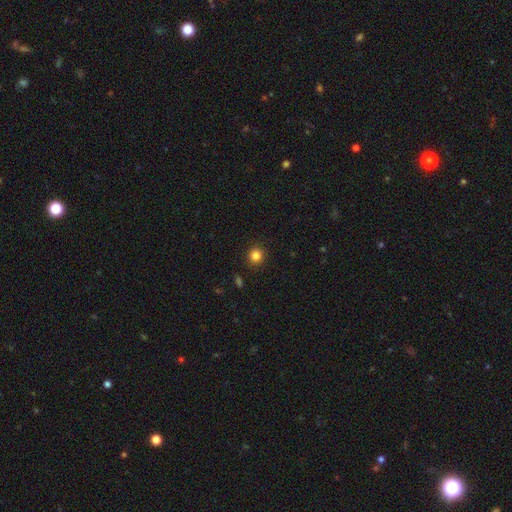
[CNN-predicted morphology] This is clearly a smooth galaxy (84%). How rounded: clearly round (91%). Merging: clearly none (92%).